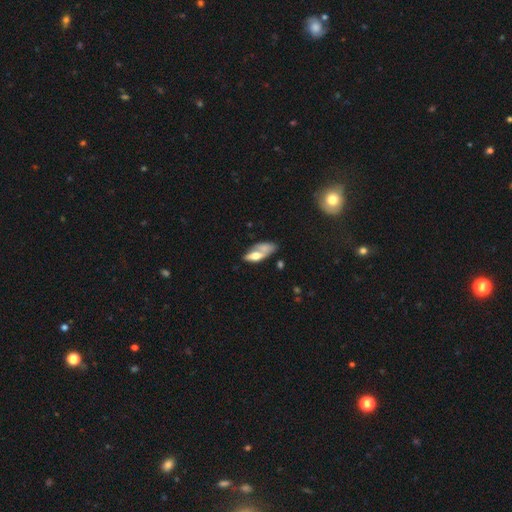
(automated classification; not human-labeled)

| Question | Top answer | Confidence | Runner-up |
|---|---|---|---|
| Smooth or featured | smooth | 54% | featured or disk (38%) |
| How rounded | in between | 72% | cigar-shaped (24%) |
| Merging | merger | 39% | none (28%) |